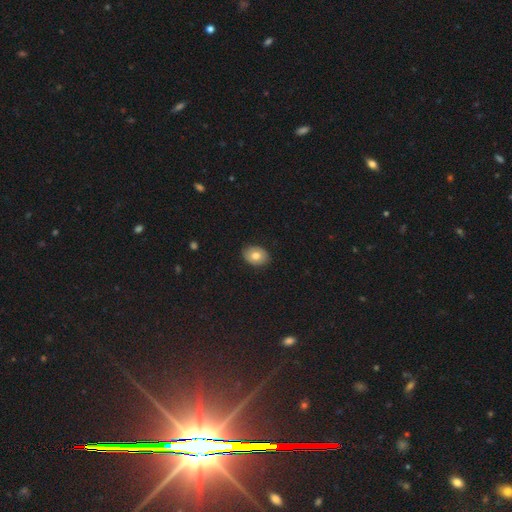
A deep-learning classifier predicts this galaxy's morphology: This is likely a smooth galaxy (75%). How rounded: likely in between (67%). Merging: clearly none (88%).